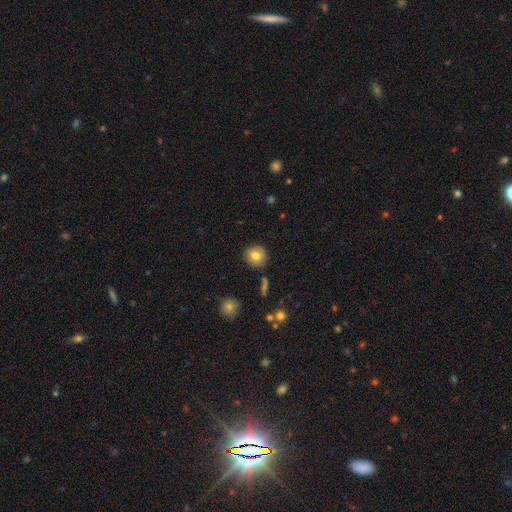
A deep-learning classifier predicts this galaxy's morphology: A smooth galaxy with no disk features (79%) that is round (93%).

Vote fractions:
- Smooth or featured? smooth: 79% / featured or disk: 11% / star or artifact: 10%
- How rounded? round: 93% / in between: 6% / cigar-shaped: 1%
- Merging? none: 86% / minor disturbance: 9% / merger: 3% / major disturbance: 2%